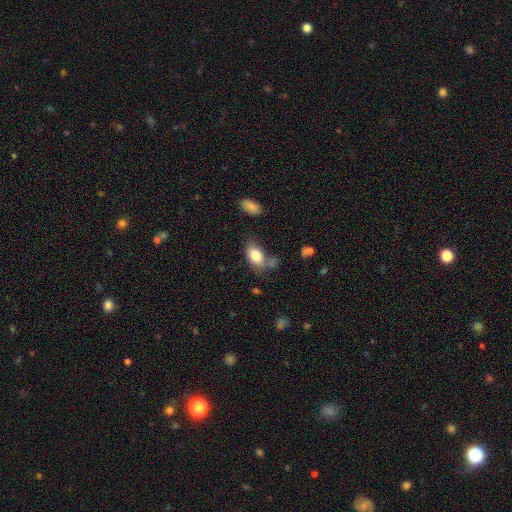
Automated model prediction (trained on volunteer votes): A smooth galaxy with no disk features (80%) that is in between round and cigar-shaped (90%).

Vote fractions:
- Smooth or featured? smooth: 80% / featured or disk: 13% / star or artifact: 7%
- How rounded? in between: 90% / round: 8% / cigar-shaped: 3%
- Merging? none: 56% / minor disturbance: 24% / merger: 12% / major disturbance: 8%